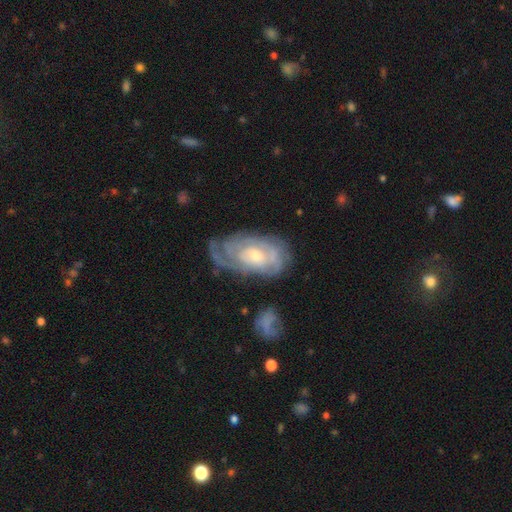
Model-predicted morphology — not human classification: The model was most divided on "bulge size": small: 47%, moderate: 46%, large: 4%, none: 2%, dominant: 1%. More confident: edge-on disk — no (94%); spiral arms — yes (85%); smooth or featured — featured or disk (76%); bar — no (68%); spiral winding — tight (66%); spiral arm count — can't tell (55%); merging — none (54%).